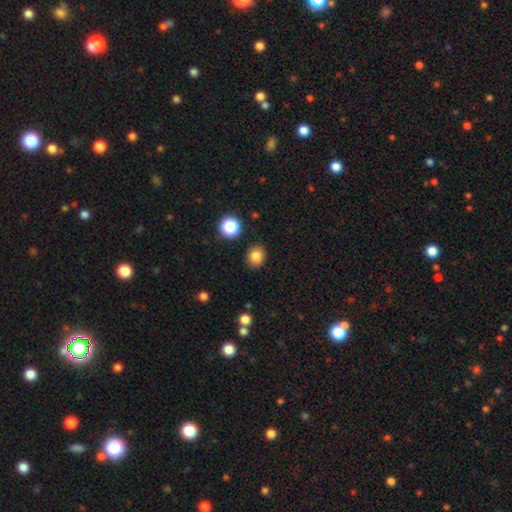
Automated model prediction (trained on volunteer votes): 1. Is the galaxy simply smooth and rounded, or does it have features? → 83% smooth, 11% star or artifact, 6% featured or disk.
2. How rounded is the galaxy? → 67% round, 32% in between, 1% cigar-shaped.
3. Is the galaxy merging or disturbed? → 87% none, 9% minor disturbance, 2% major disturbance, 2% merger.